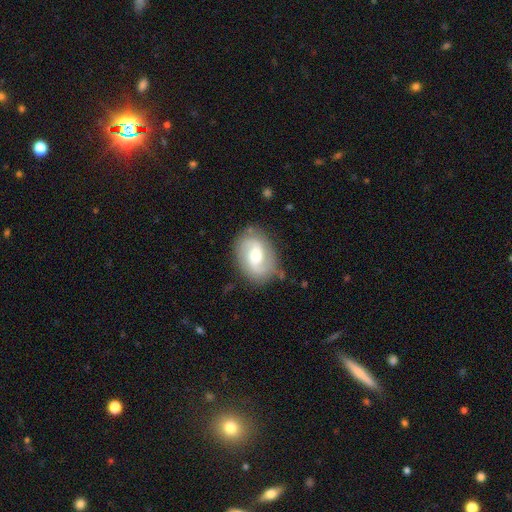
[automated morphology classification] Q: Smooth or featured?
A: featured or disk (71%); runner-up: smooth (23%)
Q: Edge-on disk?
A: no (96%); runner-up: yes (4%)
Q: Bar?
A: weak (50%); runner-up: no (34%)
Q: Spiral arms?
A: yes (88%); runner-up: no (12%)
Q: Spiral winding?
A: medium (44%); runner-up: loose (33%)
Q: Spiral arm count?
A: 2 (86%); runner-up: can't tell (8%)
Q: Bulge size?
A: moderate (65%); runner-up: small (25%)
Q: Merging?
A: none (78%); runner-up: minor disturbance (15%)